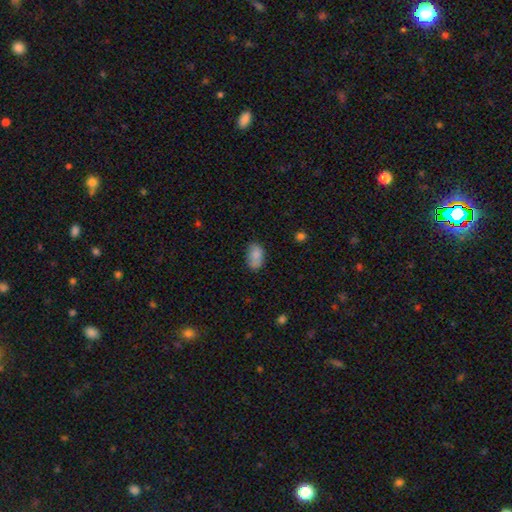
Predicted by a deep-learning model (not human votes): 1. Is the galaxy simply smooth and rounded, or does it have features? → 84% smooth, 8% star or artifact, 7% featured or disk.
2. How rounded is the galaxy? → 90% in between, 9% round, 1% cigar-shaped.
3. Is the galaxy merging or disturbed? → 68% none, 22% minor disturbance, 5% major disturbance, 5% merger.